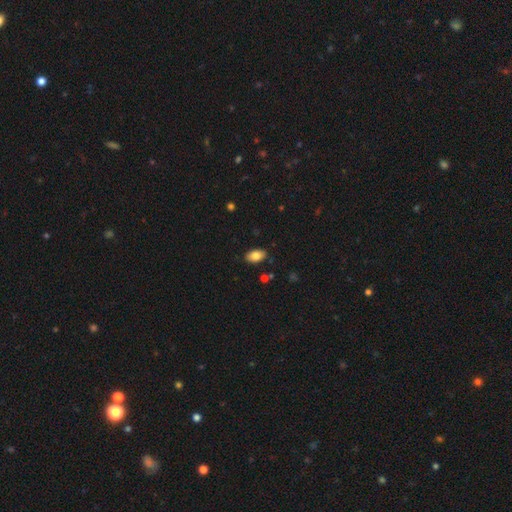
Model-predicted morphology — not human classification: Overall: smooth (83%). How rounded: in between (92%). Merging: none (87%).